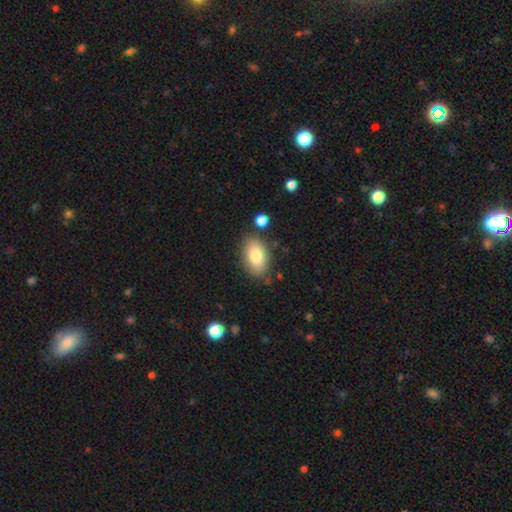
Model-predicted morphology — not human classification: Q: Smooth or featured?
A: smooth (81%); runner-up: featured or disk (12%)
Q: How rounded?
A: in between (92%); runner-up: round (6%)
Q: Merging?
A: none (78%); runner-up: minor disturbance (14%)